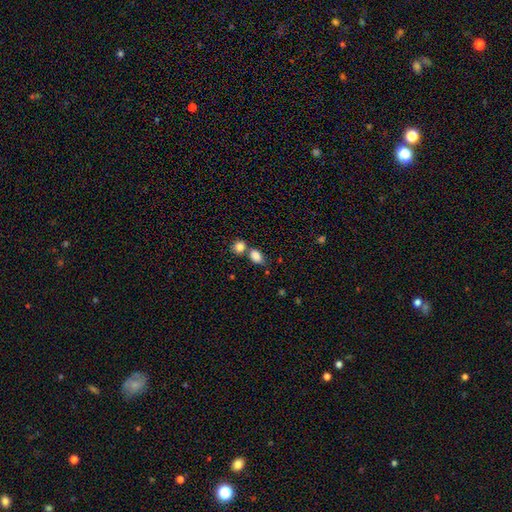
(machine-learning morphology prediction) Q: Smooth or featured?
A: smooth (84%); runner-up: star or artifact (10%)
Q: How rounded?
A: in between (76%); runner-up: round (23%)
Q: Merging?
A: none (52%); runner-up: merger (31%)